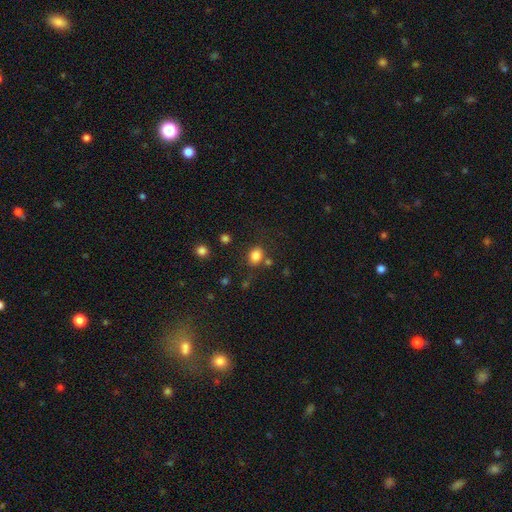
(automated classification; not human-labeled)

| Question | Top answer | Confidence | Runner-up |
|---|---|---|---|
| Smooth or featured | smooth | 83% | star or artifact (12%) |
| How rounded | round | 56% | in between (43%) |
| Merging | none | 74% | minor disturbance (13%) |